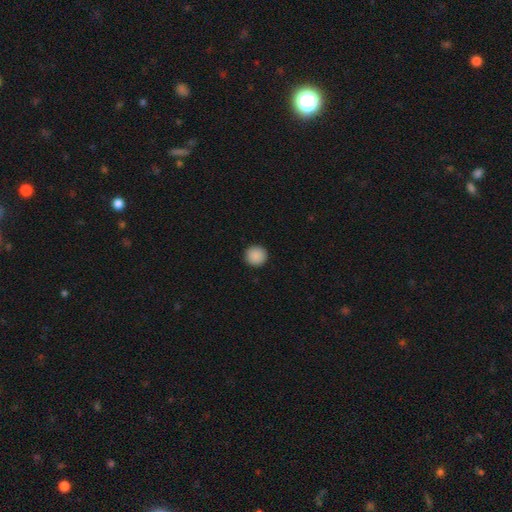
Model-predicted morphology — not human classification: Smooth or featured? Predicted: smooth (p=0.90). How rounded? Predicted: round (p=0.95). Merging? Predicted: none (p=0.93).